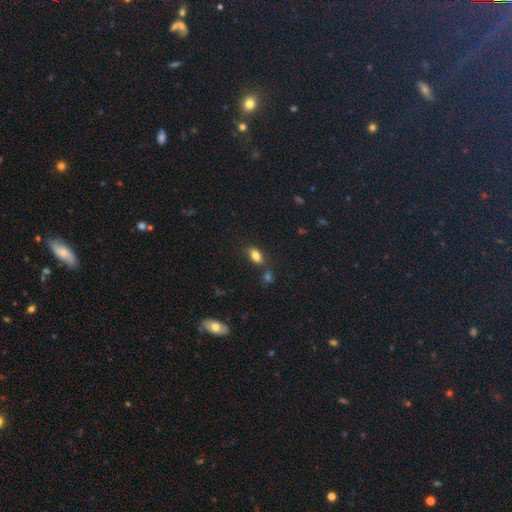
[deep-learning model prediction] Smooth or featured? Predicted: smooth (p=0.80). How rounded? Predicted: in between (p=0.85). Merging? Predicted: none (p=0.64).